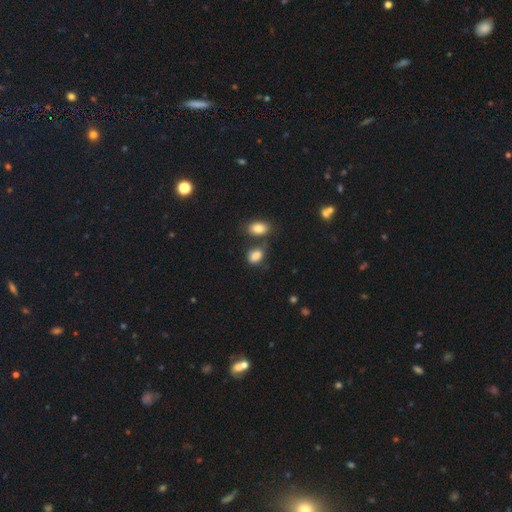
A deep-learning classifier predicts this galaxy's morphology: smooth-or-featured: smooth: 84% | star or artifact: 9% | featured or disk: 6%
  how-rounded: in between: 80% | round: 18% | cigar-shaped: 2%
  merging: none: 51% | merger: 24% | minor disturbance: 18% | major disturbance: 6%